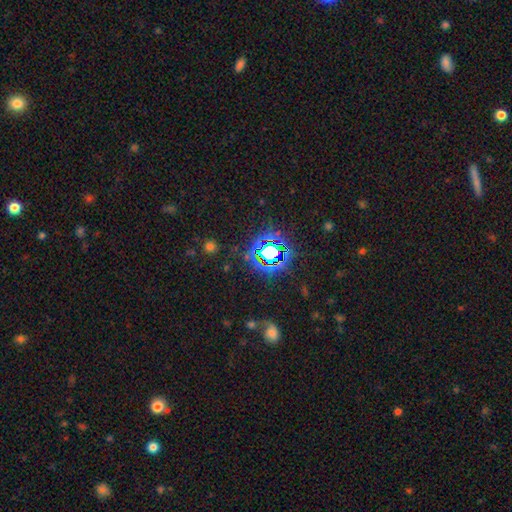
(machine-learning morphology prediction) Smooth or featured? star or artifact (78%)